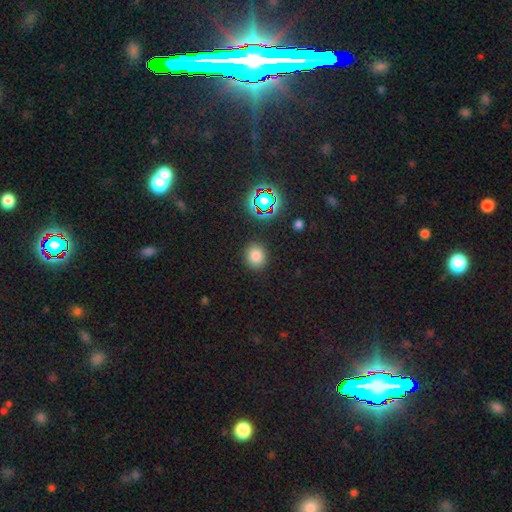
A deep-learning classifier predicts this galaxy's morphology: Overall: smooth (77%). How rounded: round (73%). Merging: none (88%).